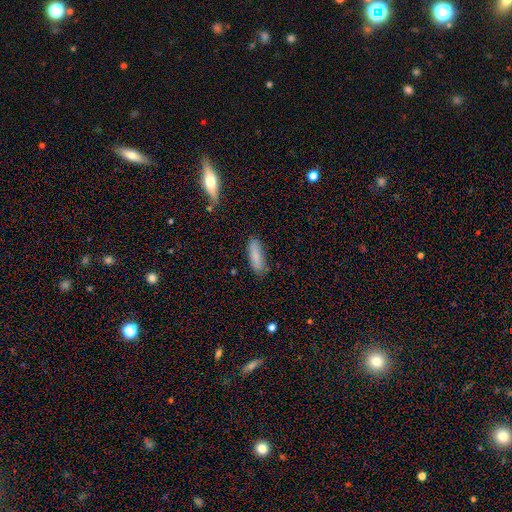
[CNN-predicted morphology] Smooth or featured: smooth — 84% (featured or disk — 9%)
How rounded: cigar-shaped — 53% (in between — 46%)
Merging: none — 80% (minor disturbance — 15%)